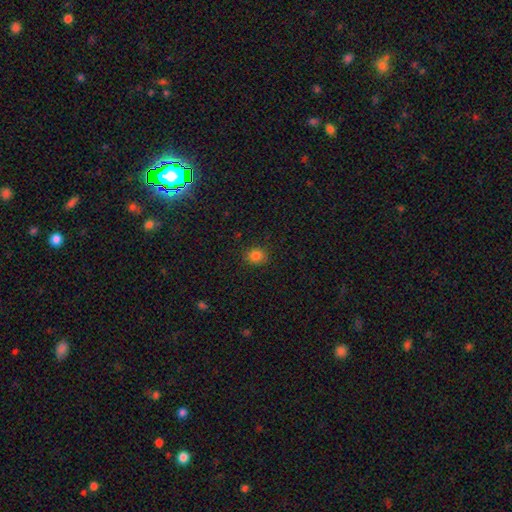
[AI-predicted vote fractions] This appears to be a smooth galaxy with no disk features (82%) that is round (74%). Merging: none (87%).